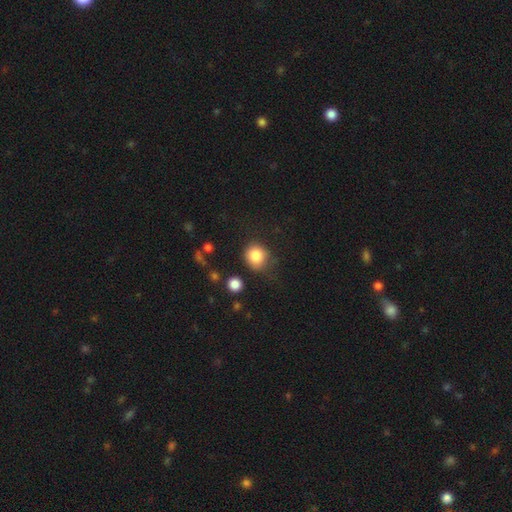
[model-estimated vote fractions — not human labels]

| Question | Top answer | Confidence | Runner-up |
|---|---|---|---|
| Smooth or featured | smooth | 84% | star or artifact (10%) |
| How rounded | round | 83% | in between (16%) |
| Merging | none | 68% | minor disturbance (21%) |